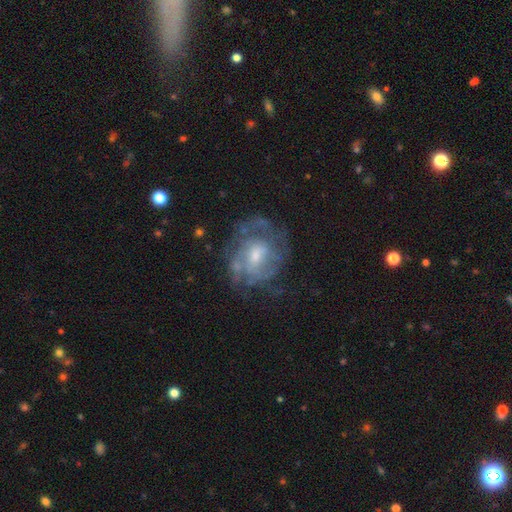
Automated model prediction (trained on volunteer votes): This appears to be a featured or disk galaxy (73%) with no bar (55%), spiral arms (69%) and a small central bulge (47%). Merging: none (58%).